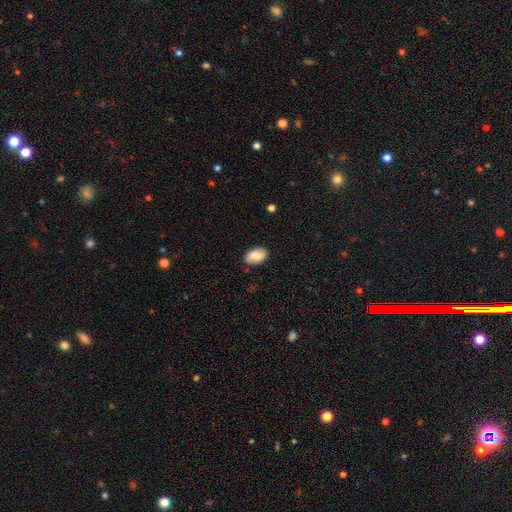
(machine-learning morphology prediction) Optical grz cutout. It shows a smooth galaxy with no disk features (72%) that is in between round and cigar-shaped (92%). Merging: none (83%).